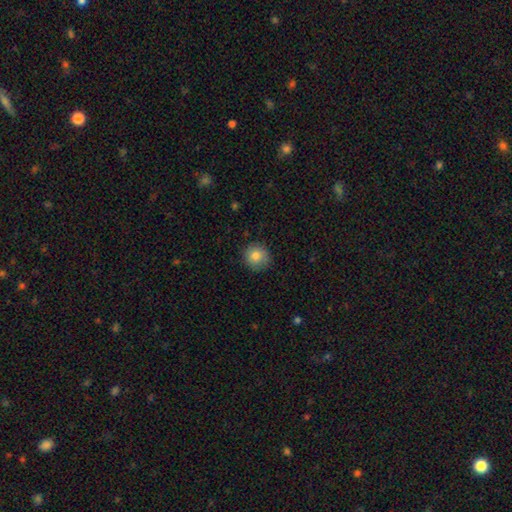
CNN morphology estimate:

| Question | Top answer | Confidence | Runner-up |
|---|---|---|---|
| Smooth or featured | smooth | 83% | star or artifact (10%) |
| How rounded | round | 93% | in between (6%) |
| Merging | none | 86% | minor disturbance (10%) |